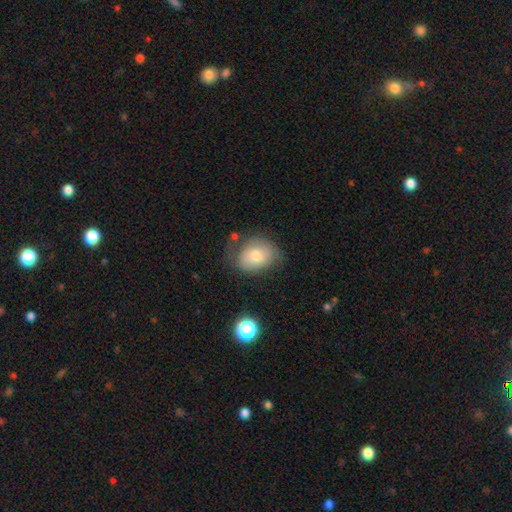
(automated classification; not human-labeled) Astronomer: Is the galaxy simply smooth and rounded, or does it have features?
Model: smooth — 73%.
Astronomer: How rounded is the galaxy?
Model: in between — 61% (runner-up: round, 38%).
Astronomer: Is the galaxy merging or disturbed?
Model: none — 60%.